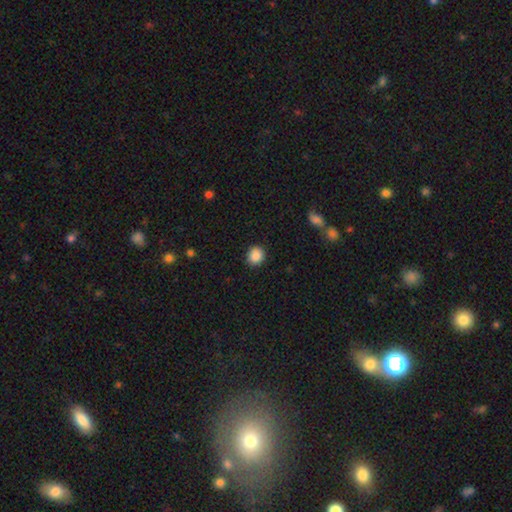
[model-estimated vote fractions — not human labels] Overall: smooth (88%). How rounded: round (82%). Merging: none (89%).